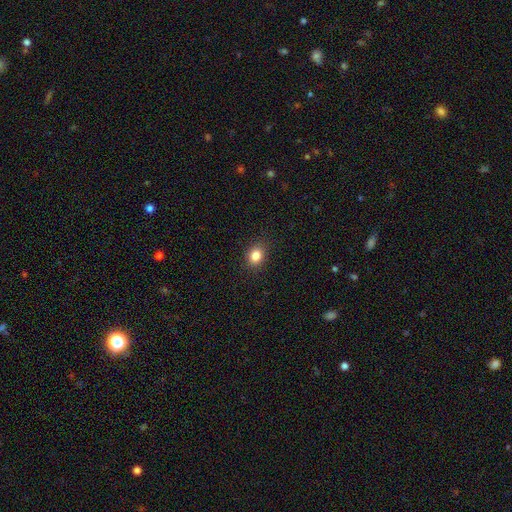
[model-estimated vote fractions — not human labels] smooth 84%, star or artifact 11%, featured or disk 5%. Down the decision tree: how rounded — in between (50%); merging — none (88%).